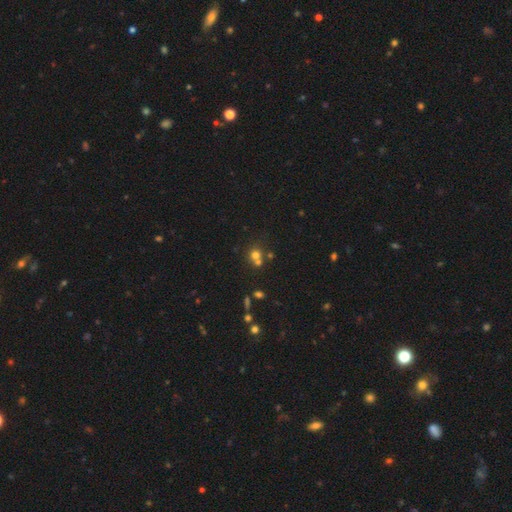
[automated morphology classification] Smooth or featured: smooth — 66% (star or artifact — 21%)
How rounded: round — 86% (in between — 13%)
Merging: none — 50% (merger — 40%)